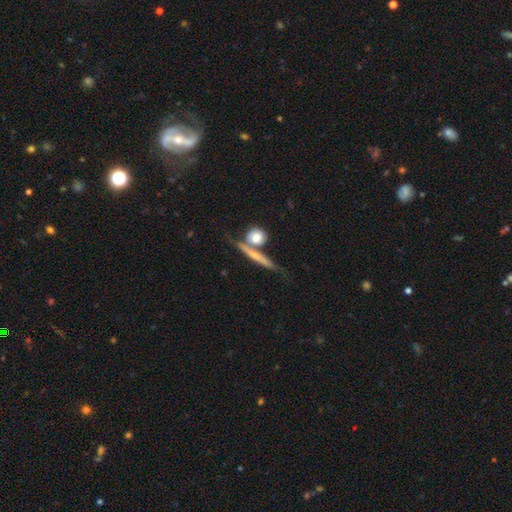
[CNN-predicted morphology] type=smooth (51%); roundness=cigar-shaped (59%); merging=none (59%).